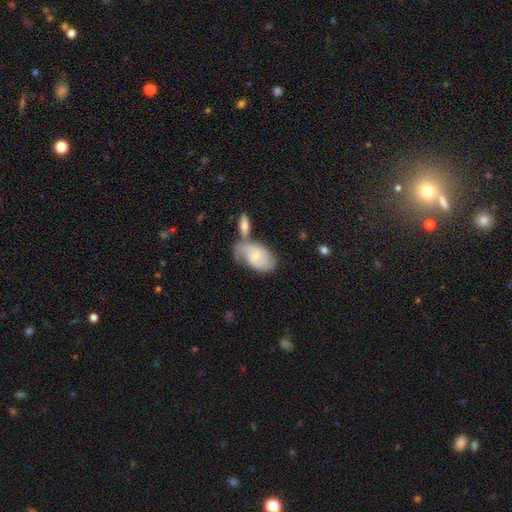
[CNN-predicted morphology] This is possibly a featured or disk galaxy (59%). It is clearly not viewed edge-on (95%). Bar: likely no (65%). Spiral arm pattern: clearly yes (90%). Spiral arm count: possibly 2 (59%). Spiral winding: marginally medium (41%). Central bulge: likely small (62%). Merging: marginally none (38%).